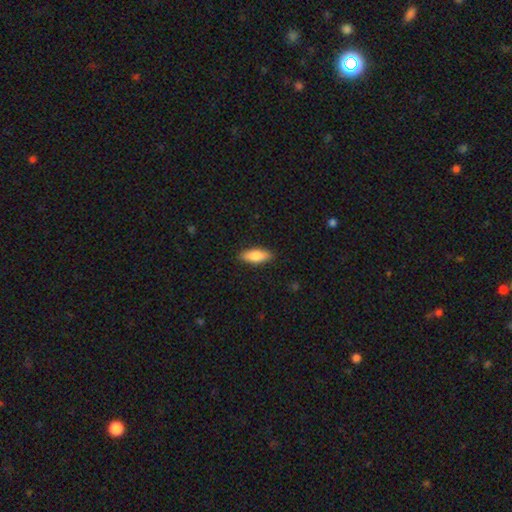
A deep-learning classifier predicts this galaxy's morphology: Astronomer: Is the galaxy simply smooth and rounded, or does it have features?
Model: smooth — 83%.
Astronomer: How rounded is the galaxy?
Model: in between — 74%.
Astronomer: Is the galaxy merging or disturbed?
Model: none — 88%.